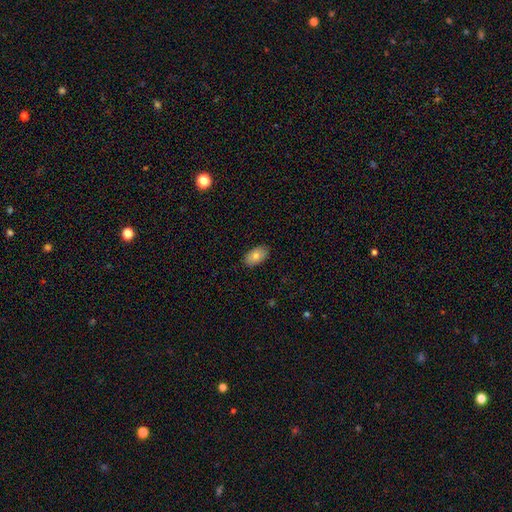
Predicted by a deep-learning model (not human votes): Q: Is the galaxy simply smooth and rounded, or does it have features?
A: smooth — 78%.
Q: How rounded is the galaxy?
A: in between — 92%.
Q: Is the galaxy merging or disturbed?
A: none — 87%.